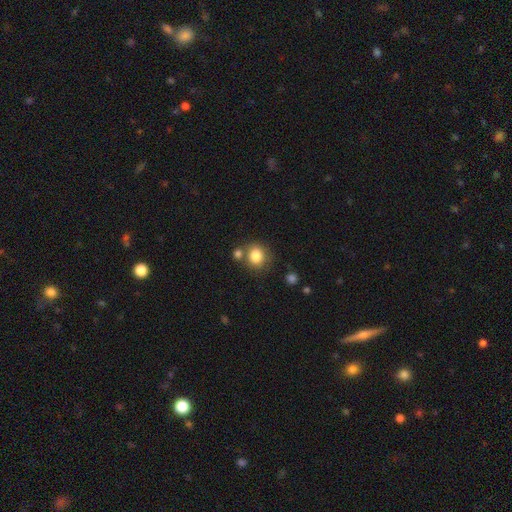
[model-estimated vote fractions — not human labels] smooth_or_featured: smooth (p=0.82) [alt: star or artifact p=0.10]
how_rounded: round (p=0.79) [alt: in between p=0.20]
merging: none (p=0.65) [alt: merger p=0.20]